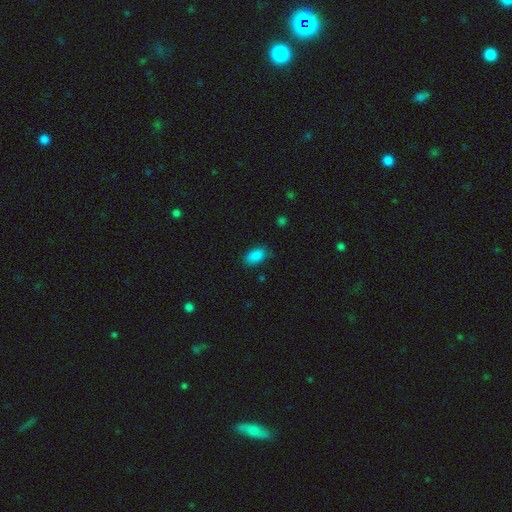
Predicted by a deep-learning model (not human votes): This appears to be a smooth galaxy with no disk features (88%) that is in between round and cigar-shaped (91%). Merging: none (80%).